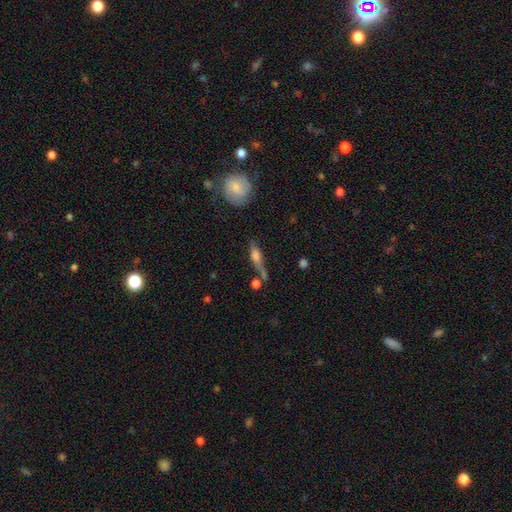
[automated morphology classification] A smooth galaxy with no disk features (45%, tied with featured or disk).

Vote fractions:
- Smooth or featured? smooth: 45% (tied) / featured or disk: 45% (tied) / star or artifact: 9%
- Merging? none: 52% / minor disturbance: 22% / merger: 14% / major disturbance: 12%